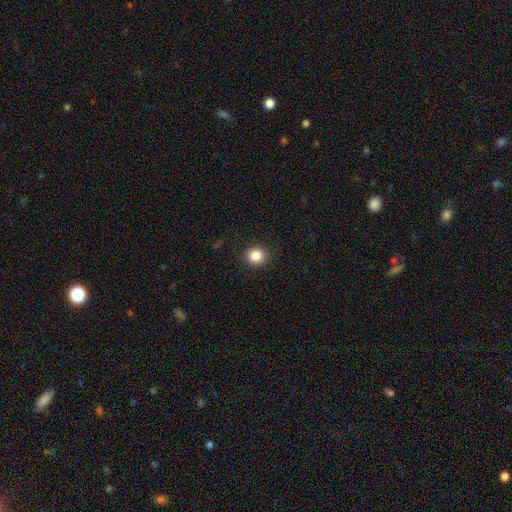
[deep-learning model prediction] A smooth galaxy with no disk features (86%) that is round (90%). Merging: none (91%).